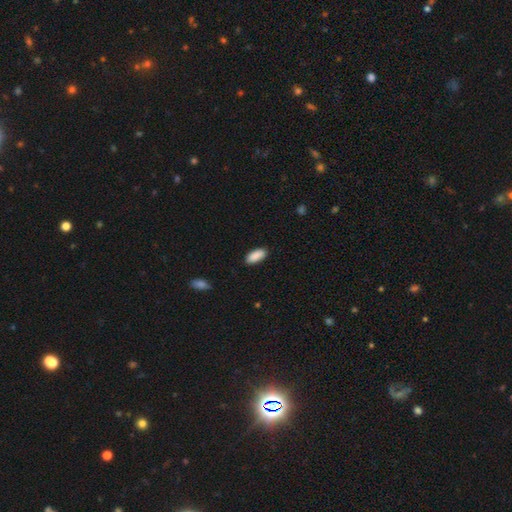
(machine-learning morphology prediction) smooth 90%, star or artifact 6%, featured or disk 4%. Down the decision tree: how rounded — in between (85%); merging — none (87%).